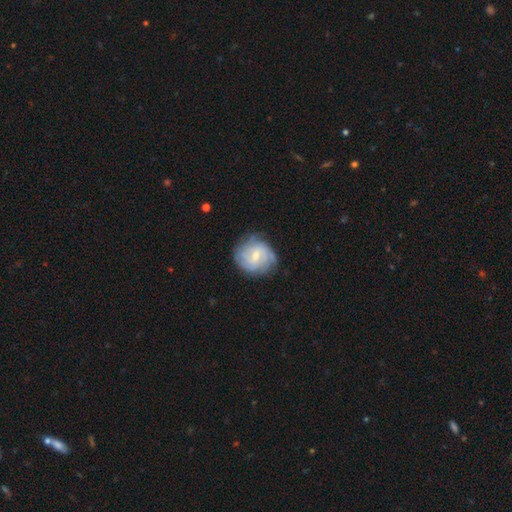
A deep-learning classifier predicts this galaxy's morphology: featured or disk 68%, smooth 25%, star or artifact 7%. Down the decision tree: edge-on disk — no (97%); bar — weak (48%); spiral arms — yes (89%); spiral arm count — can't tell (45%); spiral winding — tight (57%); bulge size — small (61%); merging — none (74%).